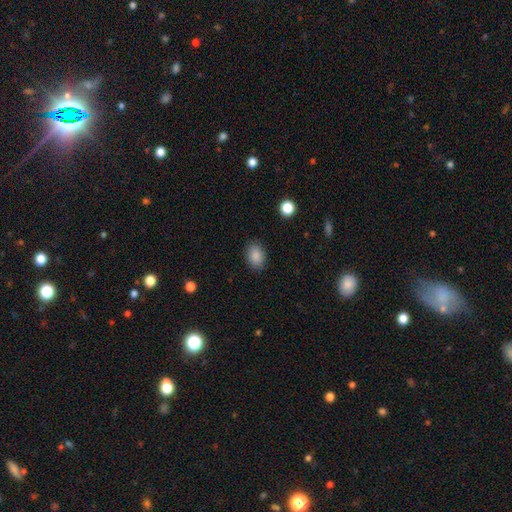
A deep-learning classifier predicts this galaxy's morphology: A smooth galaxy with no disk features (88%) that is in between round and cigar-shaped (74%). Merging: none (87%).